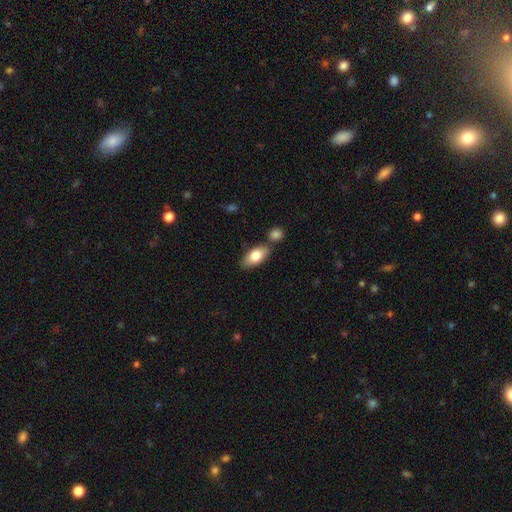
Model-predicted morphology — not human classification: A smooth galaxy with no disk features (76%) that is in between round and cigar-shaped (87%). Merging: none (69%).